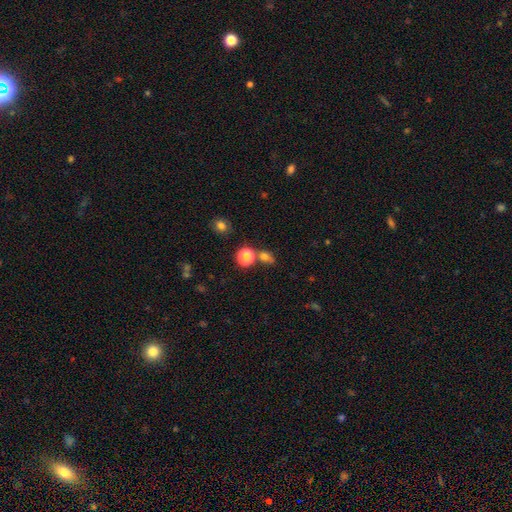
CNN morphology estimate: A smooth galaxy with no disk features (49%). Merging: none (61%).